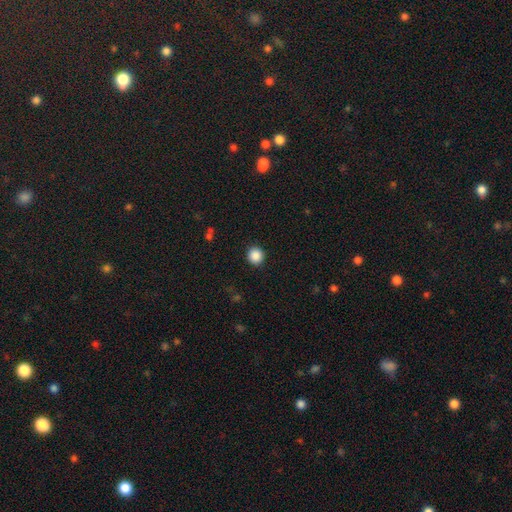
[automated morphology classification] Q: Smooth or featured?
A: smooth (88%); runner-up: star or artifact (9%)
Q: How rounded?
A: round (93%); runner-up: in between (6%)
Q: Merging?
A: none (92%); runner-up: minor disturbance (5%)